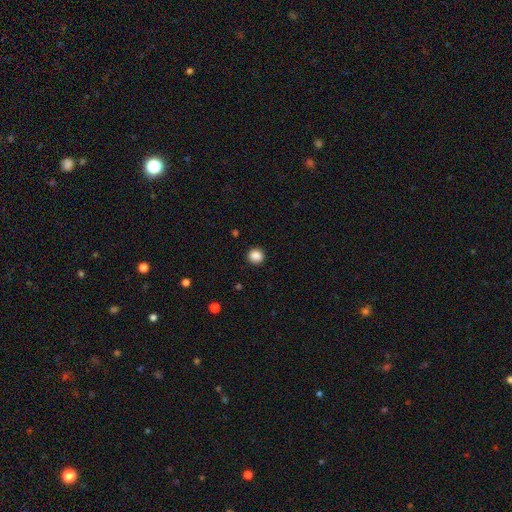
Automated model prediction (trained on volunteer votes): Smooth or featured: smooth — 87% (star or artifact — 10%)
How rounded: round — 90% (in between — 9%)
Merging: none — 91% (minor disturbance — 6%)